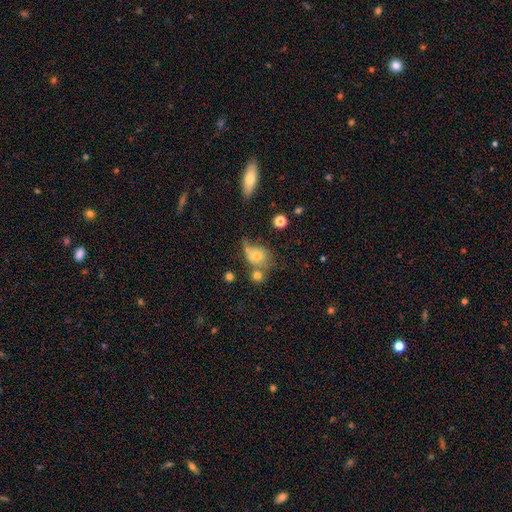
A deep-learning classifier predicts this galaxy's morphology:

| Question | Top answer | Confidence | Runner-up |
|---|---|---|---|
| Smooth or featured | smooth | 63% | featured or disk (25%) |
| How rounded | round | 52% | in between (46%) |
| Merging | none | 34% | minor disturbance (24%) |